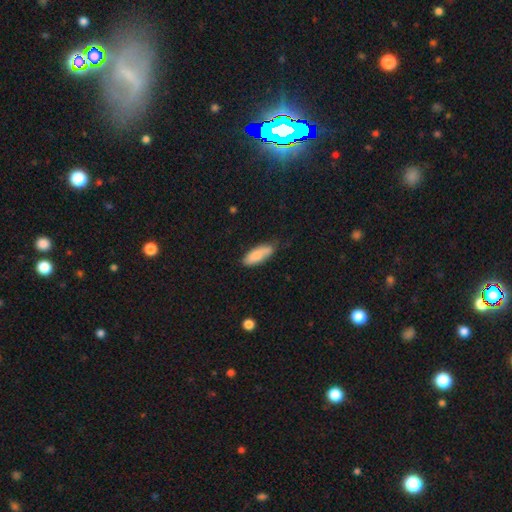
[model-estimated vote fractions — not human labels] Smooth or featured? smooth (80%)
How rounded? in between (70%)
Merging? none (69%)